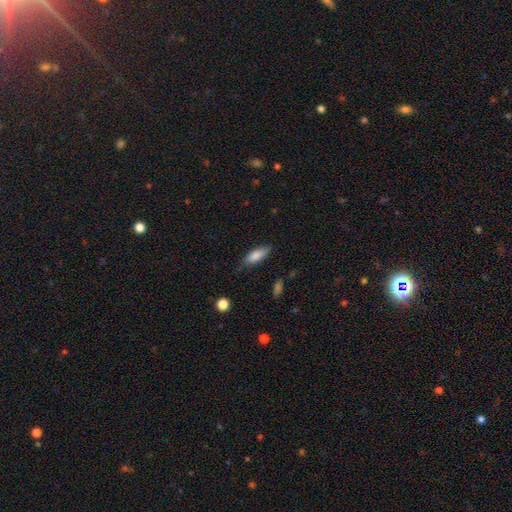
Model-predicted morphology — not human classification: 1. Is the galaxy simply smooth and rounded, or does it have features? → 80% smooth, 13% featured or disk, 7% star or artifact.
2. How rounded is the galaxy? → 66% in between, 31% cigar-shaped, 2% round.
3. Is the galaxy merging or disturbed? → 69% none, 24% minor disturbance, 5% major disturbance, 2% merger.